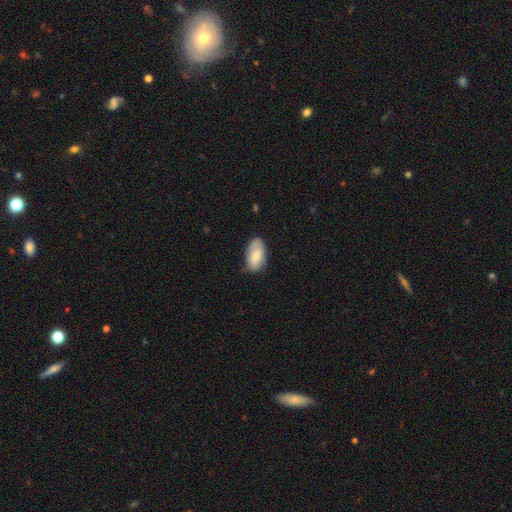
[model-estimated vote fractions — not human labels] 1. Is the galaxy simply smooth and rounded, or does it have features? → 79% smooth, 15% featured or disk, 6% star or artifact.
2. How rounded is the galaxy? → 94% in between, 4% round, 3% cigar-shaped.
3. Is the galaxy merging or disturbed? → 58% none, 34% minor disturbance, 6% major disturbance, 2% merger.